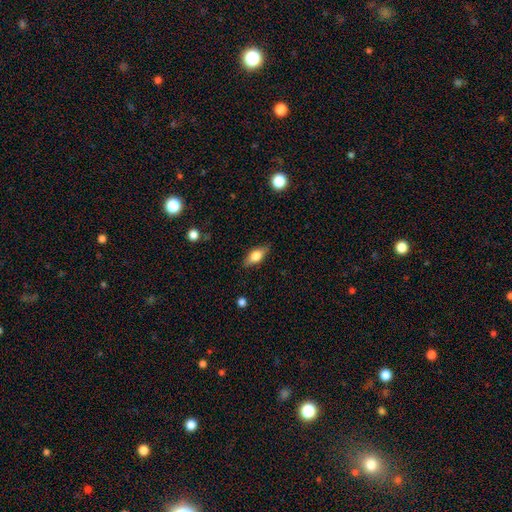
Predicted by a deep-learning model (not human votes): The model was most divided on "smooth or featured": smooth: 69%, featured or disk: 24%, star or artifact: 7%. More confident: merging — none (83%); how rounded — in between (81%).